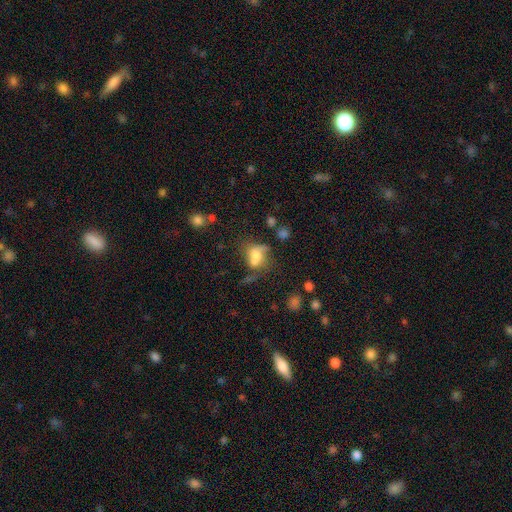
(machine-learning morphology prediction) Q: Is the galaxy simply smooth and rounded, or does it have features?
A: smooth — 60%.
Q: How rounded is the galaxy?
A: in between — 59%.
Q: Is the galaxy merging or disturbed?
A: merger — 41%.